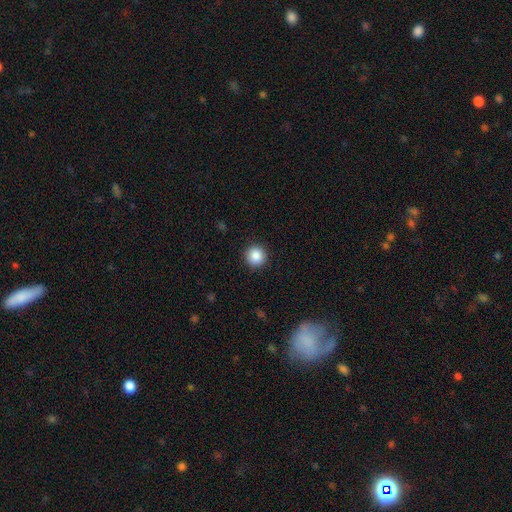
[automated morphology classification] A smooth galaxy with no disk features (87%) that is round (95%).

Vote fractions:
- Smooth or featured? smooth: 87% / star or artifact: 9% / featured or disk: 4%
- How rounded? round: 95% / in between: 4% / cigar-shaped: 1%
- Merging? none: 92% / minor disturbance: 5% / major disturbance: 2% / merger: 1%